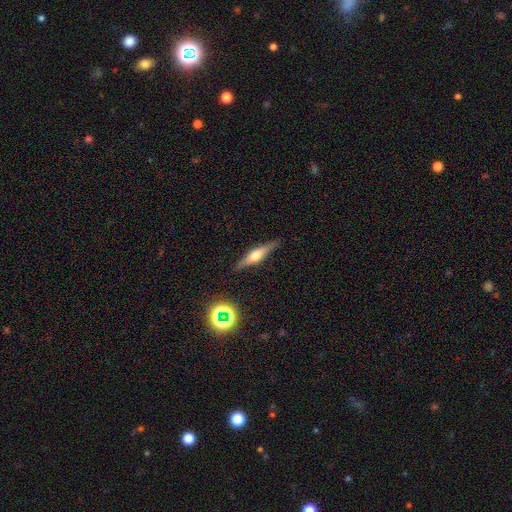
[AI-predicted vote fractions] Smooth or featured? featured or disk (67%)
Edge-on disk? yes (96%)
Edge-on bulge? rounded (88%)
Merging? none (88%)